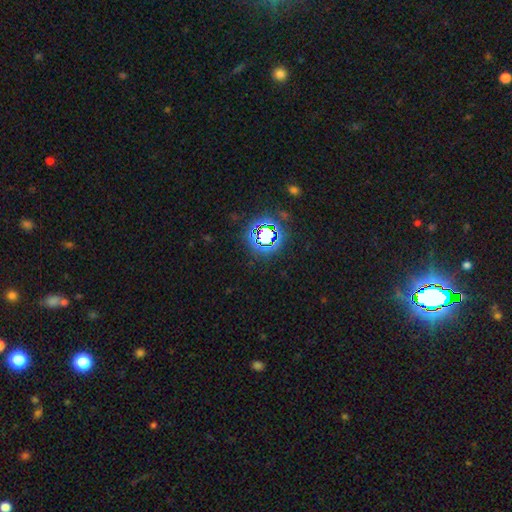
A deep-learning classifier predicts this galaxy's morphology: Smooth or featured? star or artifact (78%)